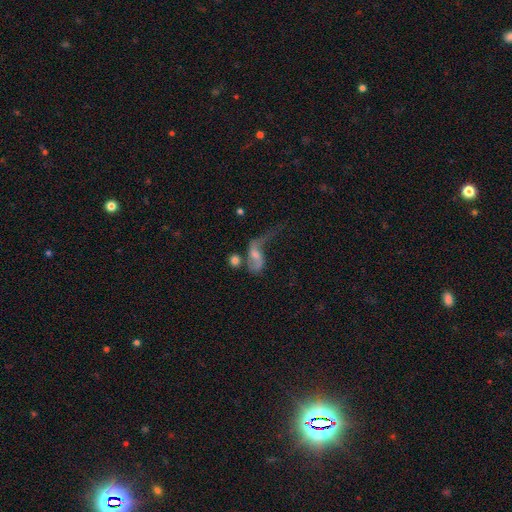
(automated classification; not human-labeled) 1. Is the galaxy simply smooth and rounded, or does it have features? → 53% featured or disk, 37% smooth, 10% star or artifact.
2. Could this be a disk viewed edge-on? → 94% no, 6% yes.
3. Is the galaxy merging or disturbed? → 40% major disturbance, 29% merger, 18% none, 13% minor disturbance.